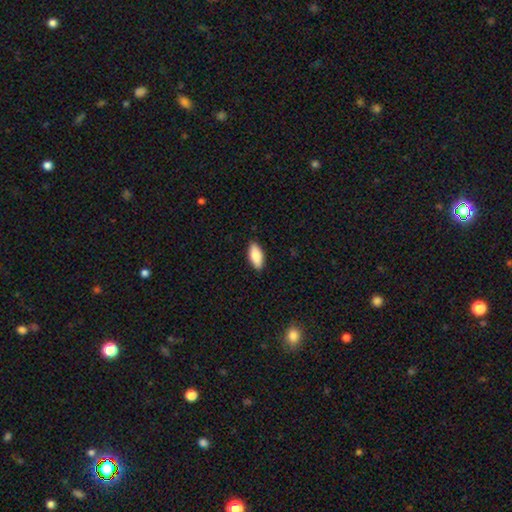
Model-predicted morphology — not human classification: A smooth galaxy with no disk features (85%) that is in between round and cigar-shaped (87%).

Vote fractions:
- Smooth or featured? smooth: 85% / featured or disk: 9% / star or artifact: 6%
- How rounded? in between: 87% / cigar-shaped: 11% / round: 2%
- Merging? none: 89% / minor disturbance: 8% / major disturbance: 2% / merger: 1%